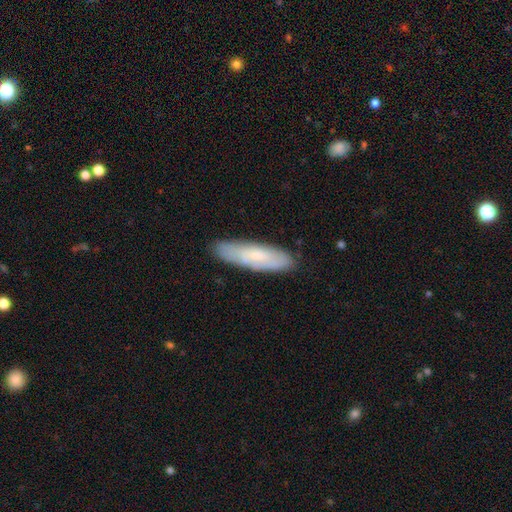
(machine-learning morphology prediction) Smooth or featured?
  - smooth: 55% *
  - featured or disk: 38%
  - star or artifact: 7%
How rounded?
  - cigar-shaped: 59% *
  - in between: 40%
  - round: 2%
Merging?
  - none: 83% *
  - minor disturbance: 14%
  - major disturbance: 2%
  - merger: 1%